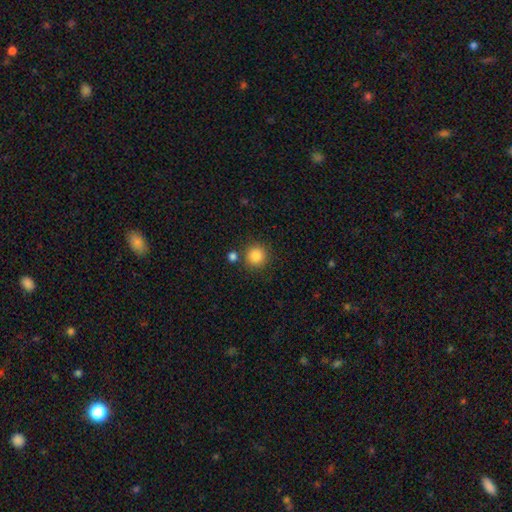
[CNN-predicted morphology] Overall: smooth (86%). How rounded: round (93%). Merging: none (82%).